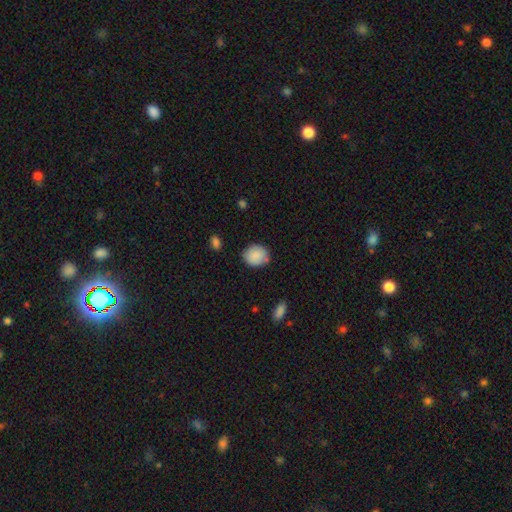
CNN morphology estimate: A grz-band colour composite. It shows a smooth galaxy with no disk features (88%) that is round (67%). Merging: none (77%).